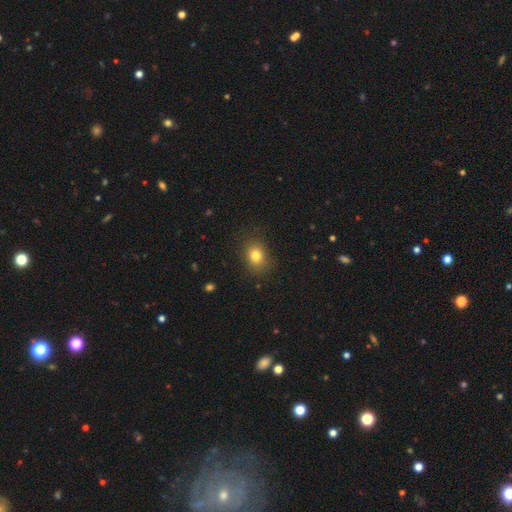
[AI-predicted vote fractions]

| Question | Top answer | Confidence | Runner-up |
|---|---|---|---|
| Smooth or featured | smooth | 81% | star or artifact (11%) |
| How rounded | in between | 50% | round (49%) |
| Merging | none | 84% | minor disturbance (11%) |